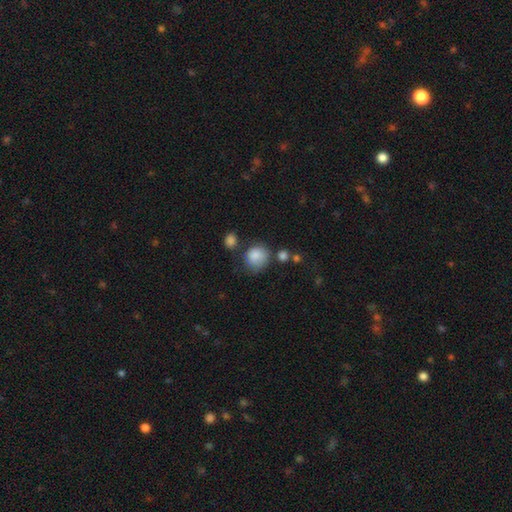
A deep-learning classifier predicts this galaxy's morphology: A smooth galaxy with no disk features (84%) that is round (77%). Merging: none (55%).